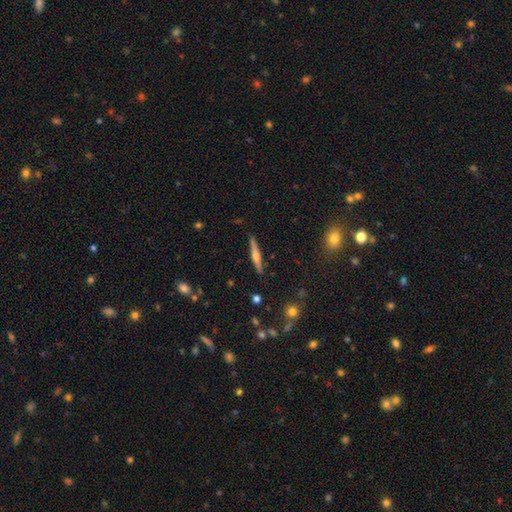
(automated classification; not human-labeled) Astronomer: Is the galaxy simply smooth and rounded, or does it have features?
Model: featured or disk — 63%.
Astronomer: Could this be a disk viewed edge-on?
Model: yes — 97%.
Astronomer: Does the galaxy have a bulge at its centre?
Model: rounded — 78%.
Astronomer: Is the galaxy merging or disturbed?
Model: none — 89%.